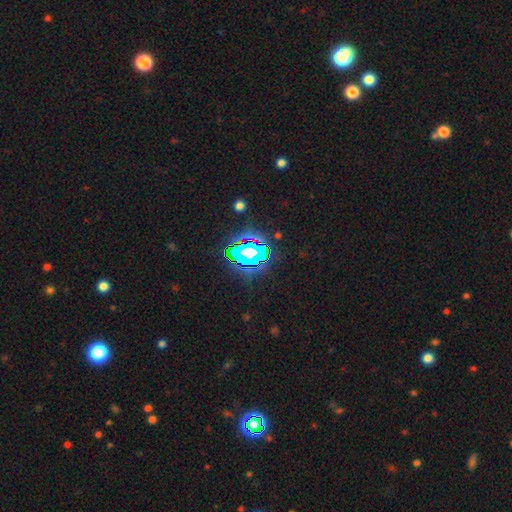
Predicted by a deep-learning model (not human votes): A star or artifact, not a galaxy (79%).